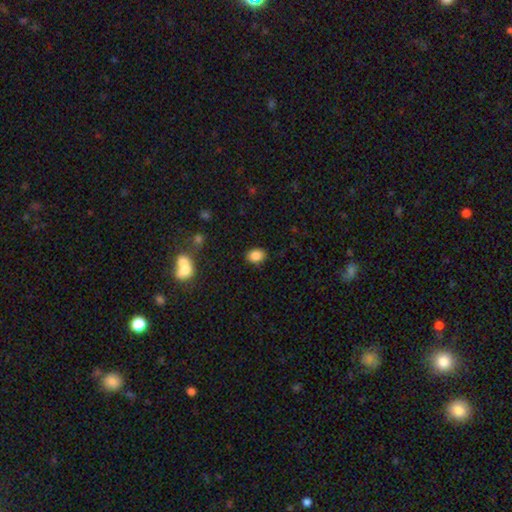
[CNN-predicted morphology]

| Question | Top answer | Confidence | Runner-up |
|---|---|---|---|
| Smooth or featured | smooth | 86% | star or artifact (9%) |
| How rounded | in between | 62% | round (37%) |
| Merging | none | 86% | minor disturbance (9%) |